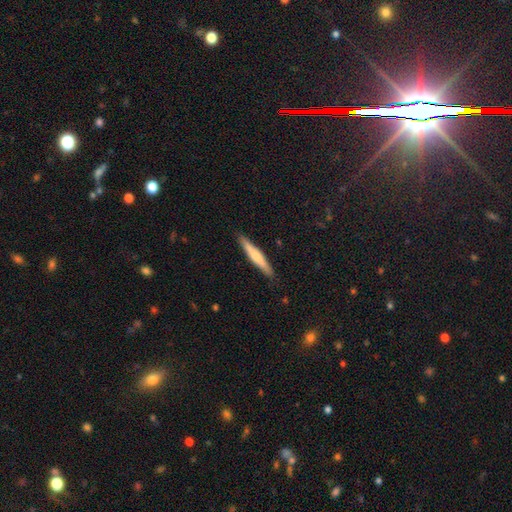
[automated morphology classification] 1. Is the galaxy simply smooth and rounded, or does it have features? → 58% smooth, 37% featured or disk, 5% star or artifact.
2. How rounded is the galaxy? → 93% cigar-shaped, 6% in between, 1% round.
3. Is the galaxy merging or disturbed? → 90% none, 8% minor disturbance, 1% major disturbance, 1% merger.